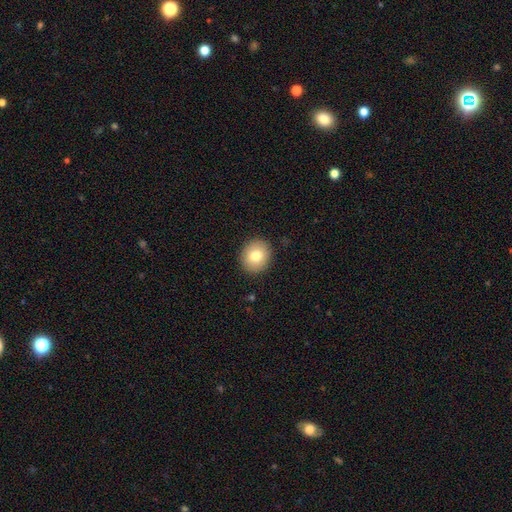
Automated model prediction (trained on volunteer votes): The model was most divided on "how rounded": round: 79%, in between: 20%, cigar-shaped: 1%. More confident: merging — none (91%); smooth or featured — smooth (79%).